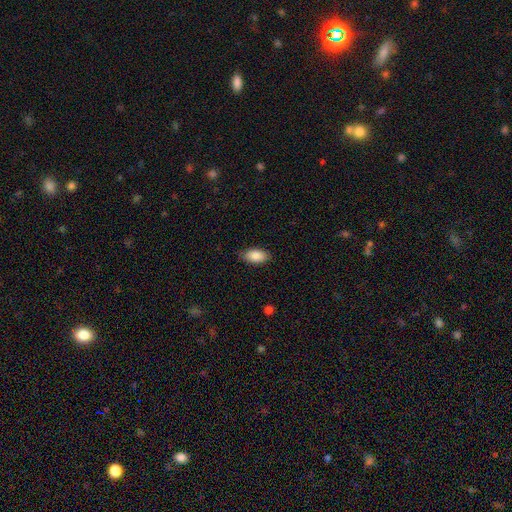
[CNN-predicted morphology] smooth 87%, featured or disk 7%, star or artifact 6%. Down the decision tree: how rounded — in between (93%); merging — none (85%).